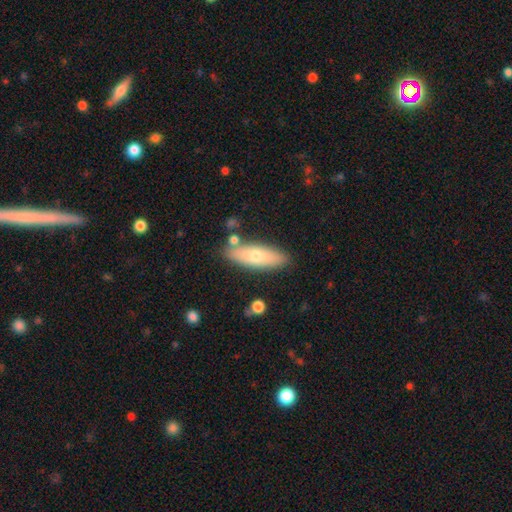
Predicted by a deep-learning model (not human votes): Smooth or featured?
  - smooth: 65% *
  - featured or disk: 28%
  - star or artifact: 6%
How rounded?
  - in between: 50% *
  - cigar-shaped: 48%
  - round: 2%
Merging?
  - none: 80% *
  - minor disturbance: 12%
  - merger: 5%
  - major disturbance: 3%